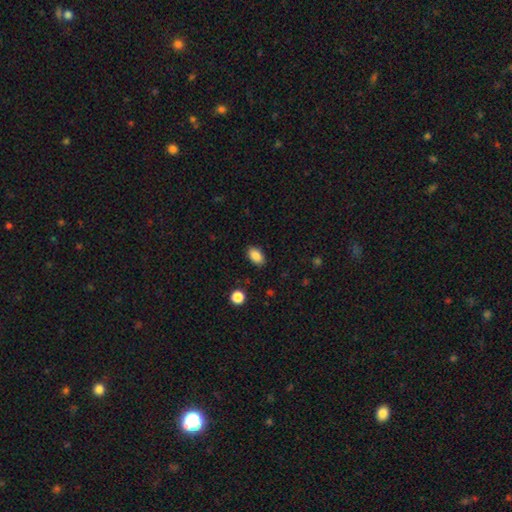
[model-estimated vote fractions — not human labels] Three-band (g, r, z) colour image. It shows a smooth galaxy with no disk features (86%) that is in between round and cigar-shaped (90%). Merging: none (88%).